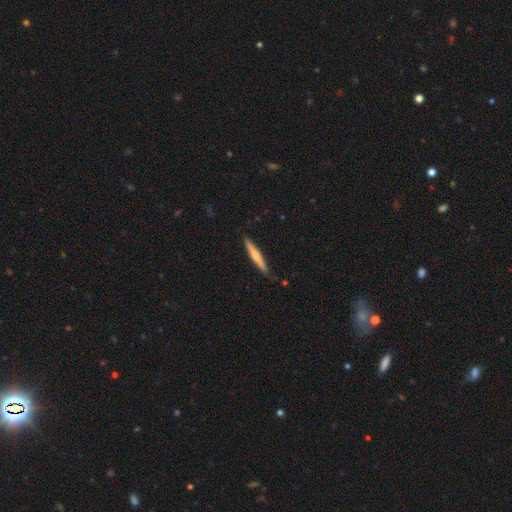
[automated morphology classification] Q: Smooth or featured?
A: featured or disk (48%); runner-up: smooth (47%)
Q: Merging?
A: none (83%); runner-up: minor disturbance (14%)